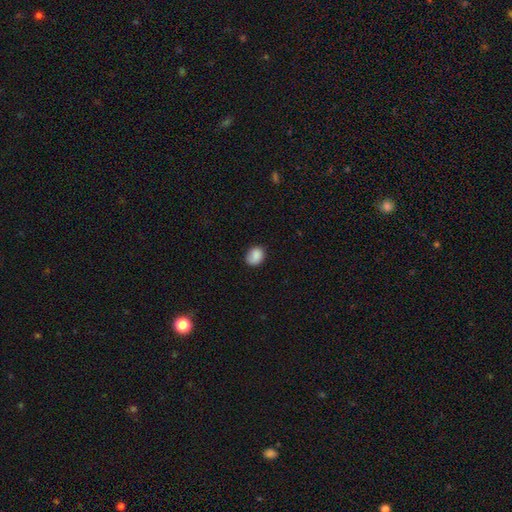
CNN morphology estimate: This is clearly a smooth galaxy (87%). How rounded: possibly in between (52%). Merging: likely none (78%).